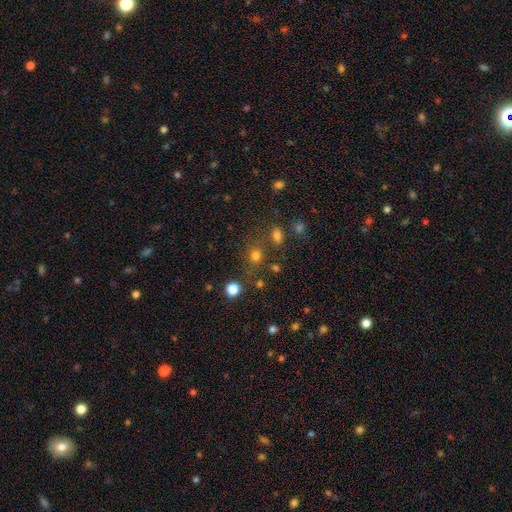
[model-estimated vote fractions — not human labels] smooth_or_featured: smooth (p=0.74) [alt: star or artifact p=0.19]
how_rounded: round (p=0.80) [alt: in between p=0.19]
merging: none (p=0.72) [alt: minor disturbance p=0.12]